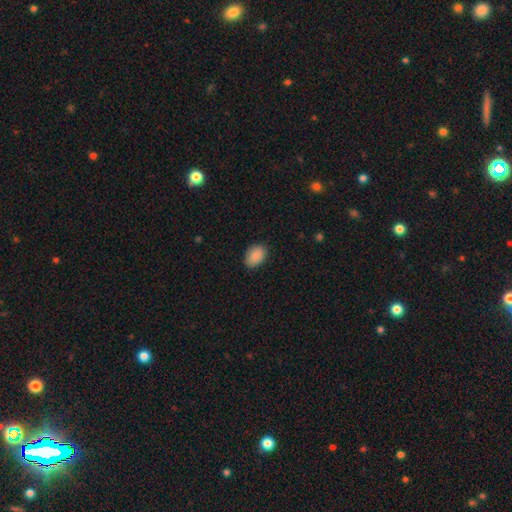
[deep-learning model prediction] The model was most divided on "how rounded": in between: 81%, round: 18%, cigar-shaped: 1%. More confident: smooth or featured — smooth (88%); merging — none (84%).